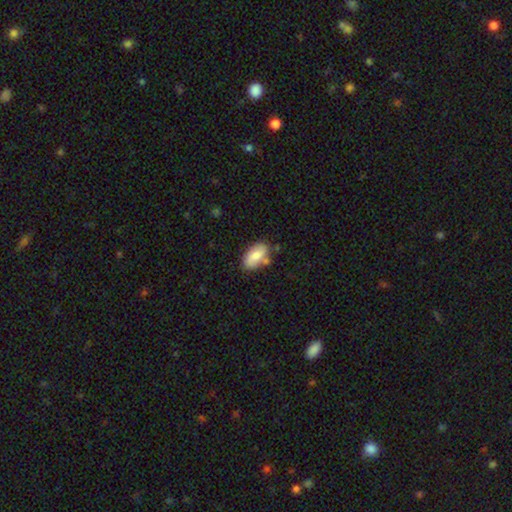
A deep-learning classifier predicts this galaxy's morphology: A smooth galaxy with no disk features (77%) that is in between round and cigar-shaped (92%).

Vote fractions:
- Smooth or featured? smooth: 77% / featured or disk: 16% / star or artifact: 7%
- How rounded? in between: 92% / cigar-shaped: 5% / round: 4%
- Merging? none: 69% / minor disturbance: 18% / merger: 9% / major disturbance: 4%